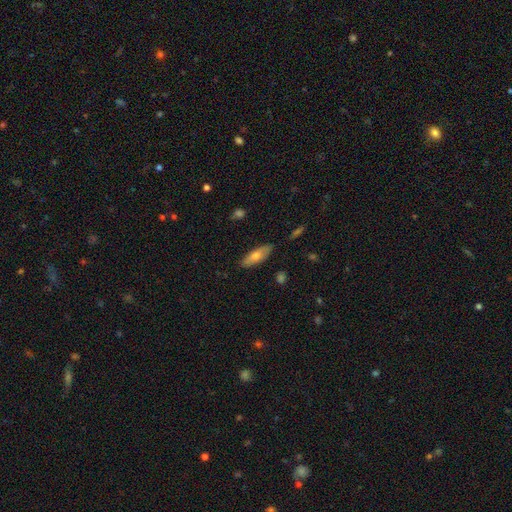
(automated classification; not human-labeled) Smooth or featured: smooth — 67% (featured or disk — 26%)
How rounded: in between — 62% (cigar-shaped — 36%)
Merging: none — 84% (minor disturbance — 12%)